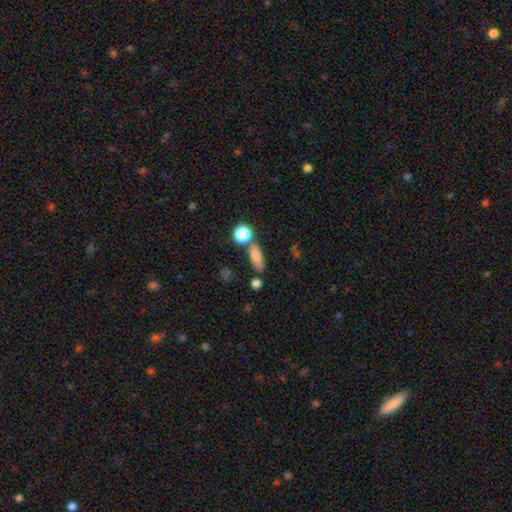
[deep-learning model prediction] Morphology: type=smooth (78%); roundness=in between (55%); merging=none (71%).